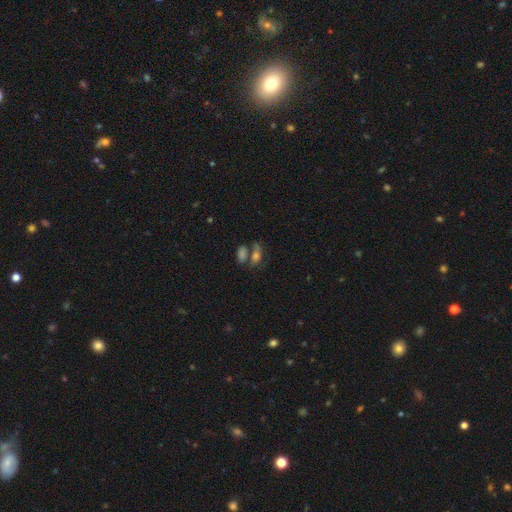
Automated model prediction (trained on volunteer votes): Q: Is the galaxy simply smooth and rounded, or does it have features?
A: smooth — 58%.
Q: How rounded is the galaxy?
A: in between — 77%.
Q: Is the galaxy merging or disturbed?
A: merger — 43%.